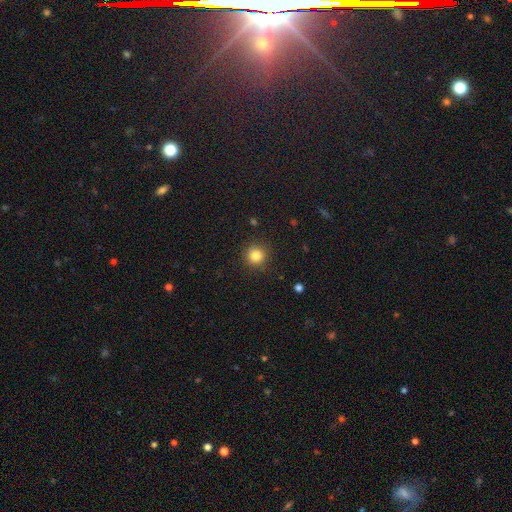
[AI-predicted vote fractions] Q: Smooth or featured?
A: smooth (83%); runner-up: star or artifact (12%)
Q: How rounded?
A: round (93%); runner-up: in between (6%)
Q: Merging?
A: none (90%); runner-up: minor disturbance (7%)